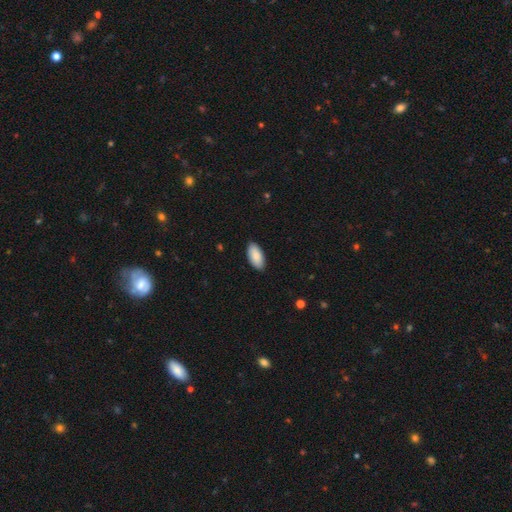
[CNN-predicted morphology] smooth_or_featured: smooth (p=0.89) [alt: star or artifact p=0.06]
how_rounded: in between (p=0.95) [alt: cigar-shaped p=0.04]
merging: none (p=0.89) [alt: minor disturbance p=0.09]